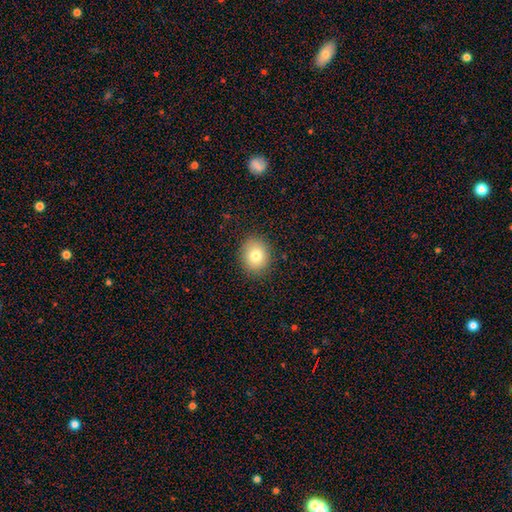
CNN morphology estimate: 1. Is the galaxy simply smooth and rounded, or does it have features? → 80% smooth, 10% star or artifact, 10% featured or disk.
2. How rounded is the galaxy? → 65% round, 34% in between, 1% cigar-shaped.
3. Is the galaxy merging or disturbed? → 88% none, 8% minor disturbance, 2% major disturbance, 1% merger.